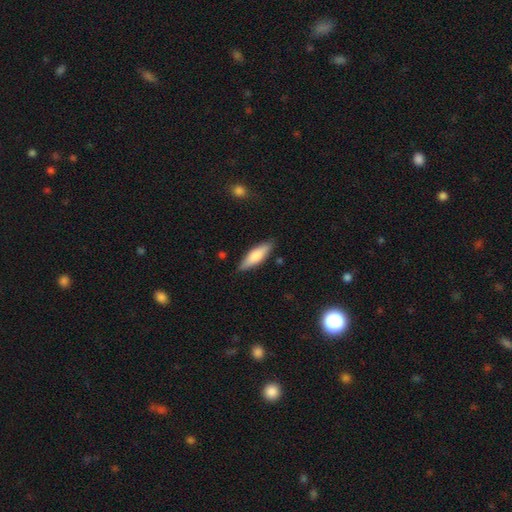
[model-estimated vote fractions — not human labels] The model was most divided on "how rounded": cigar-shaped: 53%, in between: 45%, round: 2%. More confident: merging — none (86%); smooth or featured — smooth (68%).